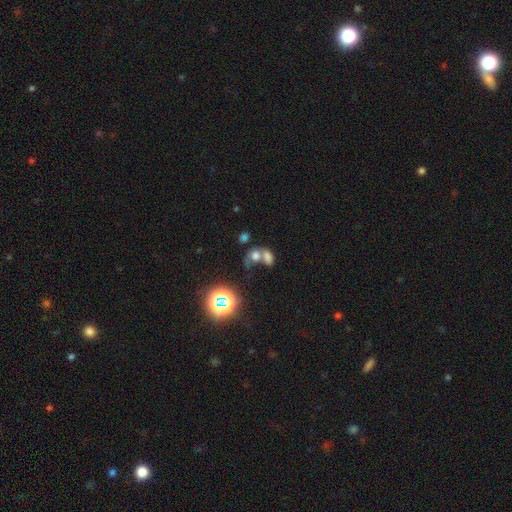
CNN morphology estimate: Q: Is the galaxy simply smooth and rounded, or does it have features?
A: smooth — 55%.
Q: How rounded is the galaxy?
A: in between — 57%.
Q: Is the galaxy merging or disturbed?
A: merger — 67%.